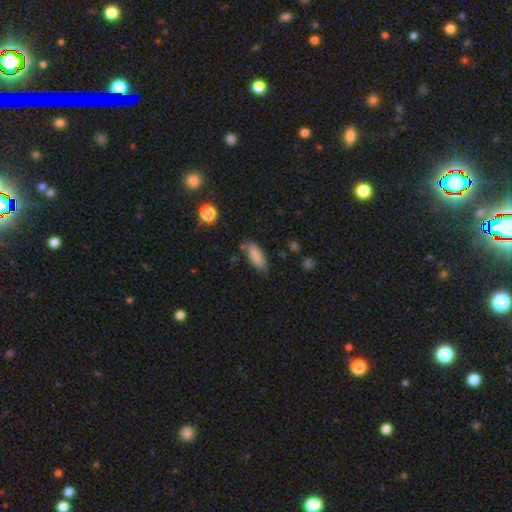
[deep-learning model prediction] Smooth or featured? Predicted: smooth (p=0.85). How rounded? Predicted: in between (p=0.72). Merging? Predicted: none (p=0.74).